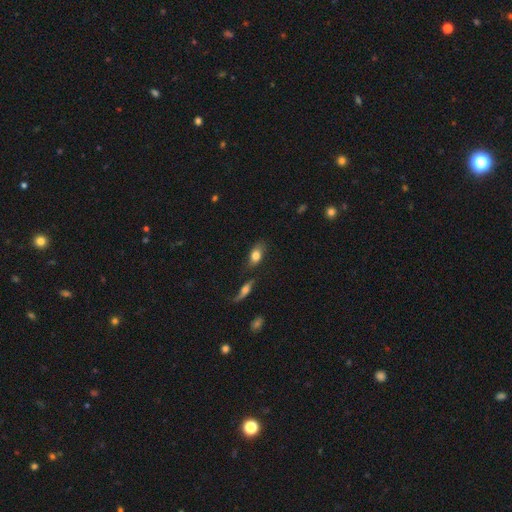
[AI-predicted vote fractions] Smooth or featured: smooth — 75% (featured or disk — 17%)
How rounded: in between — 85% (round — 10%)
Merging: none — 64% (minor disturbance — 19%)